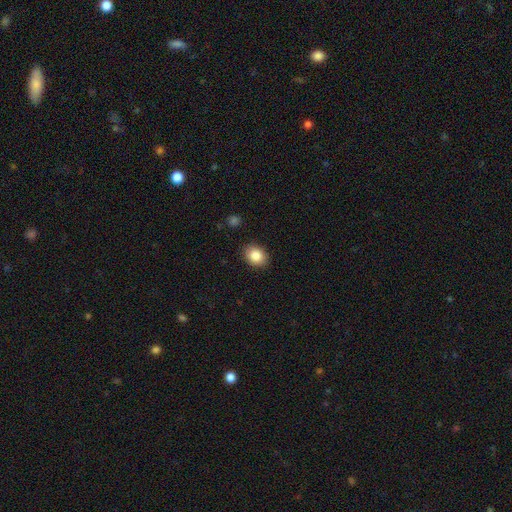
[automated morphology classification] A smooth galaxy with no disk features (85%) that is in between round and cigar-shaped (53%).

Vote fractions:
- Smooth or featured? smooth: 85% / star or artifact: 9% / featured or disk: 6%
- How rounded? in between: 53% / round: 46% / cigar-shaped: 1%
- Merging? none: 88% / minor disturbance: 8% / major disturbance: 2% / merger: 1%